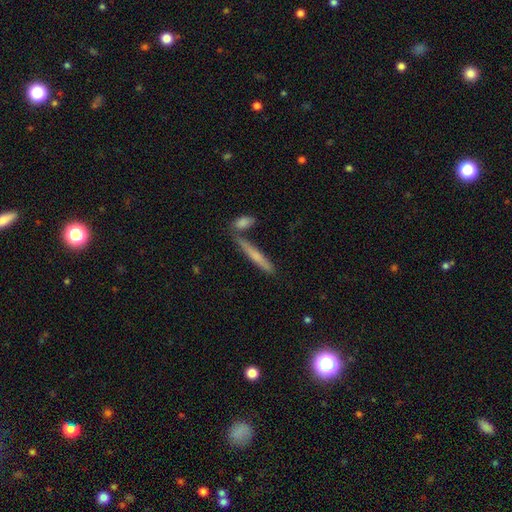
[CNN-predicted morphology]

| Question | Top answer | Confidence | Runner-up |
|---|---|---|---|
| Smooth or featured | smooth | 60% | featured or disk (33%) |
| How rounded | cigar-shaped | 93% | in between (6%) |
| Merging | none | 73% | merger (14%) |